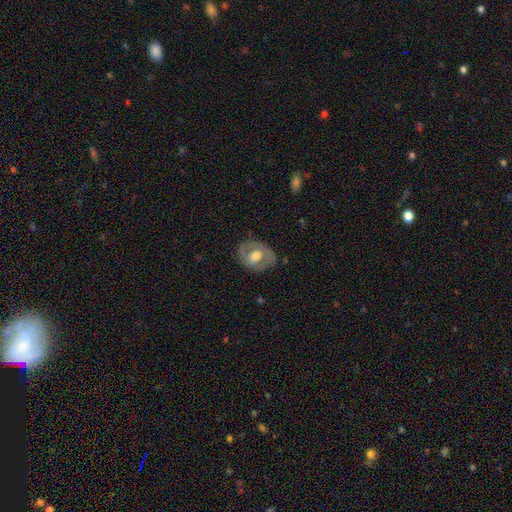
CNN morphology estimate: Smooth or featured? Predicted: featured or disk (p=0.53). Edge-on disk? Predicted: no (p=0.93). Merging? Predicted: none (p=0.72).